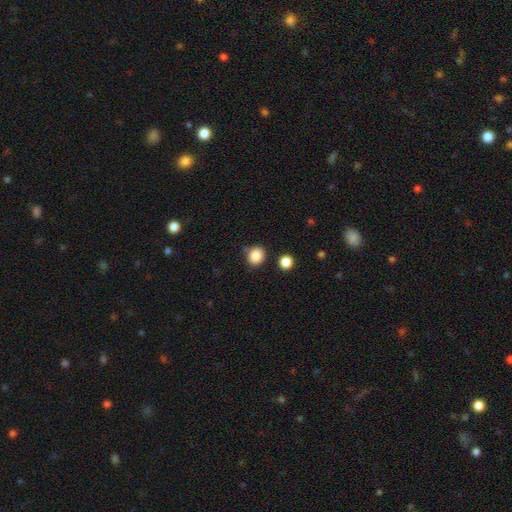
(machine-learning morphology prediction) Smooth or featured? smooth (86%)
How rounded? round (78%)
Merging? none (79%)